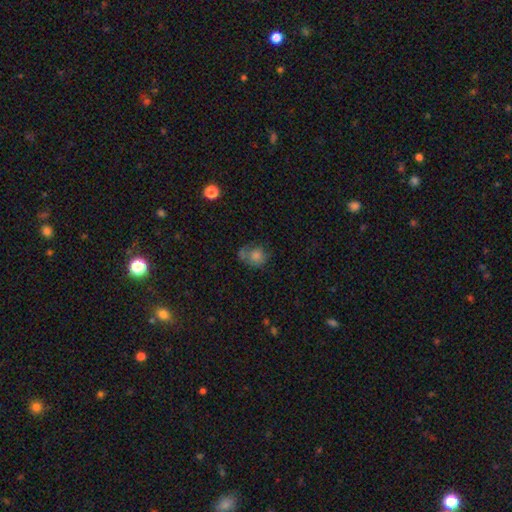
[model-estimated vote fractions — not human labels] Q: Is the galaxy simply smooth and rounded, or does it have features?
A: smooth — 65%.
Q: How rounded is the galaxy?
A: round — 68%.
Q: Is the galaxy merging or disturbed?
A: none — 47%.